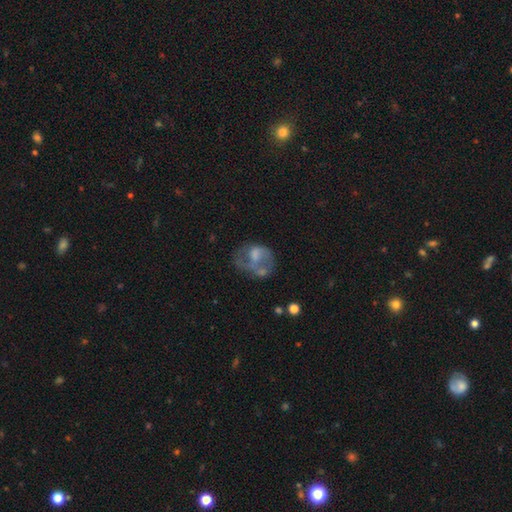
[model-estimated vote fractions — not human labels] Overall: featured or disk (48%; smooth 42%). Merging: major disturbance (37%; none 30%).